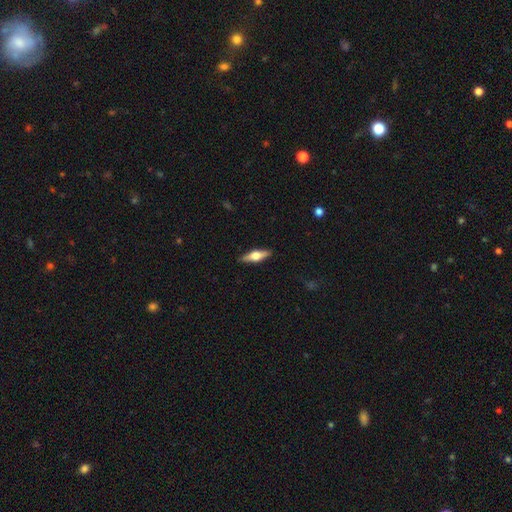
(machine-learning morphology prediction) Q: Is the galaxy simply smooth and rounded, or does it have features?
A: featured or disk — 56%.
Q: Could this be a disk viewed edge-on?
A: yes — 95%.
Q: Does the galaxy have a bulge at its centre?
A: rounded — 93%.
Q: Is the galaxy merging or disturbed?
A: none — 89%.